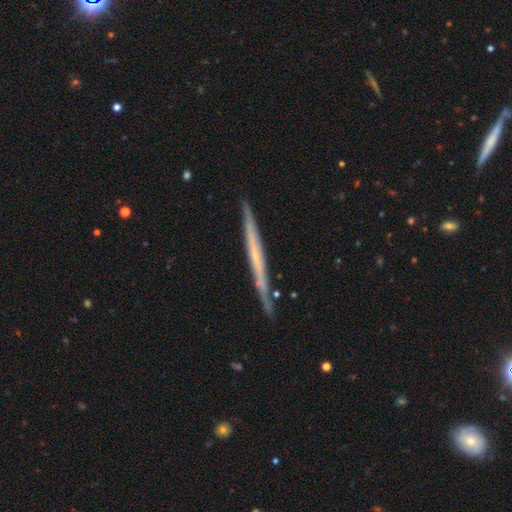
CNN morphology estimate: Overall: featured or disk (63%; smooth 31%). Edge-on disk: yes (96%). Edge-on bulge: none (83%). Merging: none (87%).